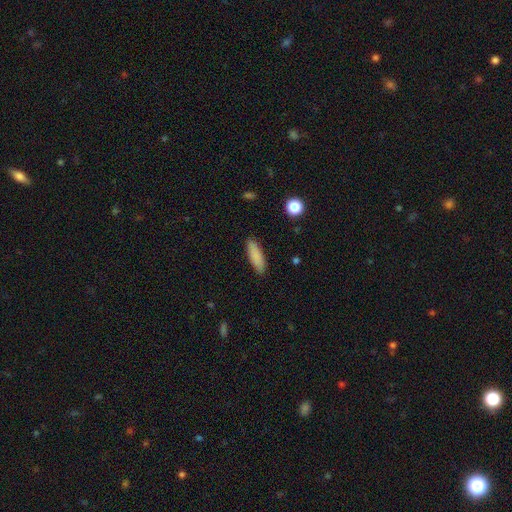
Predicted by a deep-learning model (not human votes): A smooth galaxy with no disk features (86%) that is cigar-shaped (57%). Merging: none (88%).